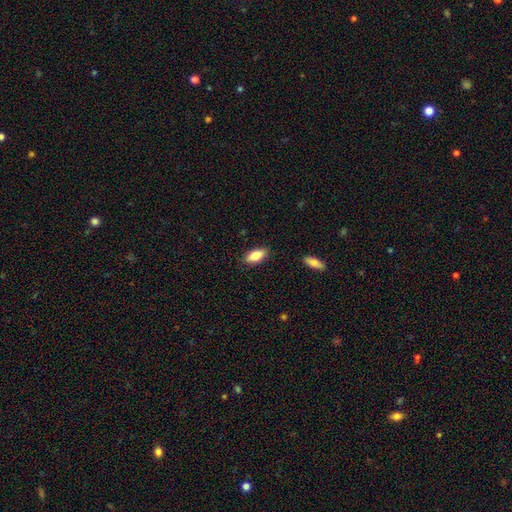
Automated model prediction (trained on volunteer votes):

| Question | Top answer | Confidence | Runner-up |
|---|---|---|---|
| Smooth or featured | smooth | 80% | featured or disk (13%) |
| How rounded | in between | 84% | cigar-shaped (14%) |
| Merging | none | 87% | minor disturbance (9%) |